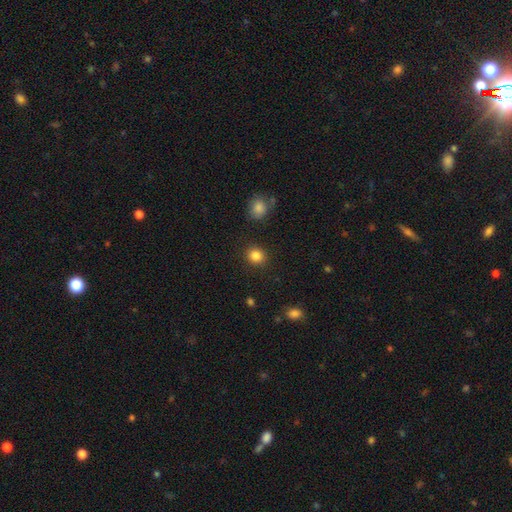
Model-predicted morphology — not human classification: Overall: smooth (85%). How rounded: round (79%). Merging: none (88%).